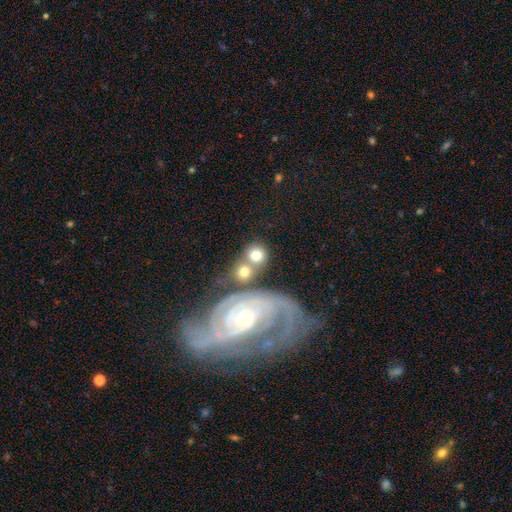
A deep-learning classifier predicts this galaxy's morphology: This appears to be a smooth galaxy with no disk features (62%) that is round (76%). Merging: none (44%).